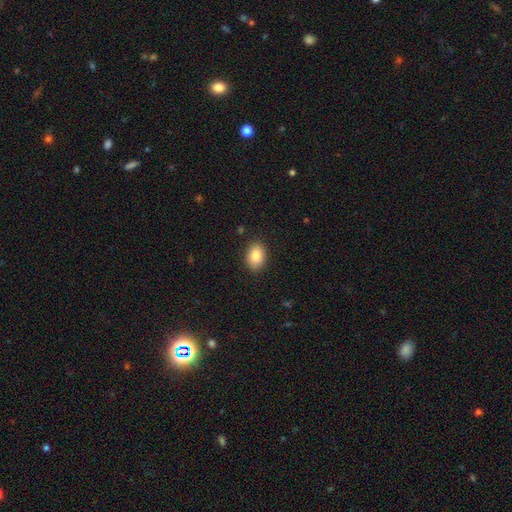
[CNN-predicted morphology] Smooth or featured? smooth (86%)
How rounded? in between (80%)
Merging? none (88%)